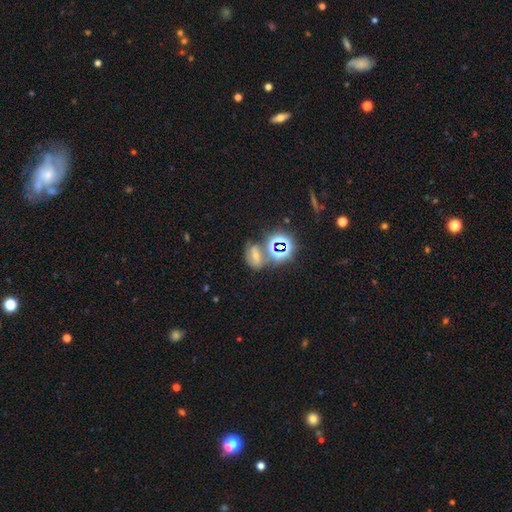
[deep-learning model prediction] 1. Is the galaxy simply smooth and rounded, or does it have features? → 37% star or artifact, 34% featured or disk, 30% smooth.